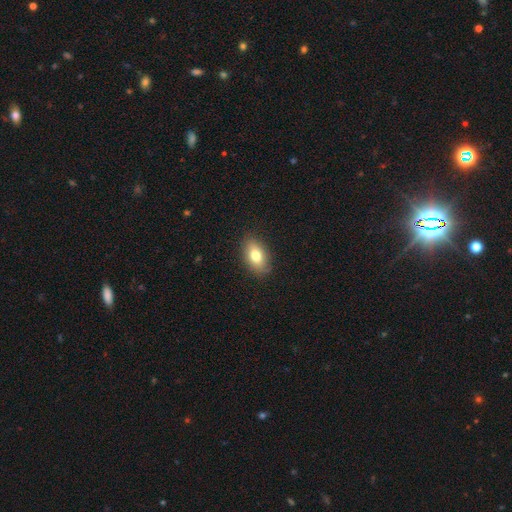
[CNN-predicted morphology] A smooth galaxy with no disk features (76%) that is in between round and cigar-shaped (88%).

Vote fractions:
- Smooth or featured? smooth: 76% / featured or disk: 16% / star or artifact: 8%
- How rounded? in between: 88% / round: 8% / cigar-shaped: 4%
- Merging? none: 86% / minor disturbance: 11% / major disturbance: 2% / merger: 1%